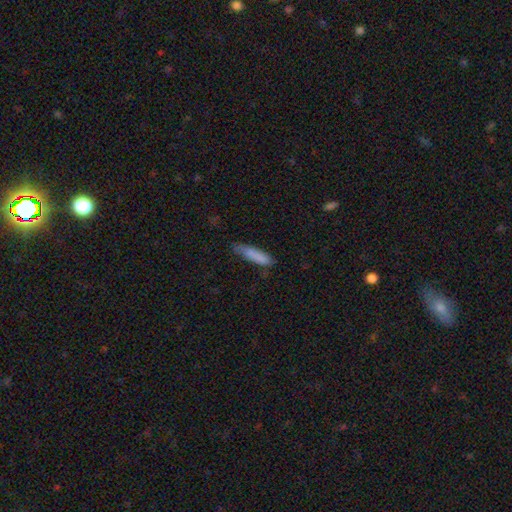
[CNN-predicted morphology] Smooth or featured? Predicted: smooth (p=0.82). How rounded? Predicted: cigar-shaped (p=0.76). Merging? Predicted: none (p=0.60).